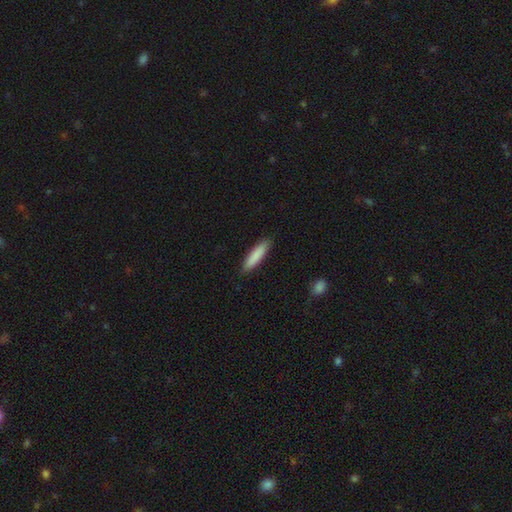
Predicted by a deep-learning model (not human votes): smooth-or-featured: smooth: 86% | featured or disk: 9% | star or artifact: 6%
  how-rounded: cigar-shaped: 81% | in between: 18% | round: 1%
  merging: none: 89% | minor disturbance: 8% | major disturbance: 2% | merger: 1%